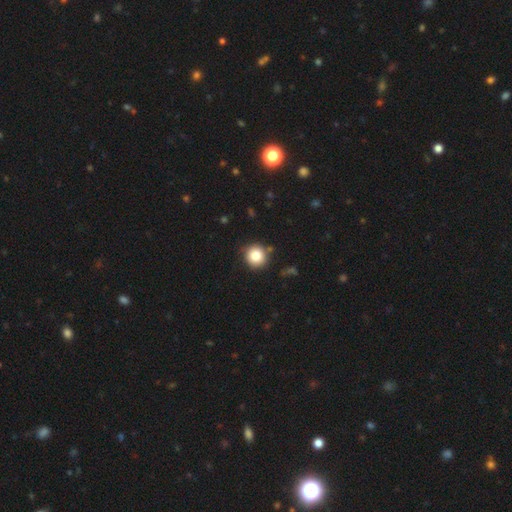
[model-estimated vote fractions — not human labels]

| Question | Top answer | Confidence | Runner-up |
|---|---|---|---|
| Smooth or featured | smooth | 81% | star or artifact (11%) |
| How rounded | round | 94% | in between (6%) |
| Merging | none | 86% | minor disturbance (9%) |